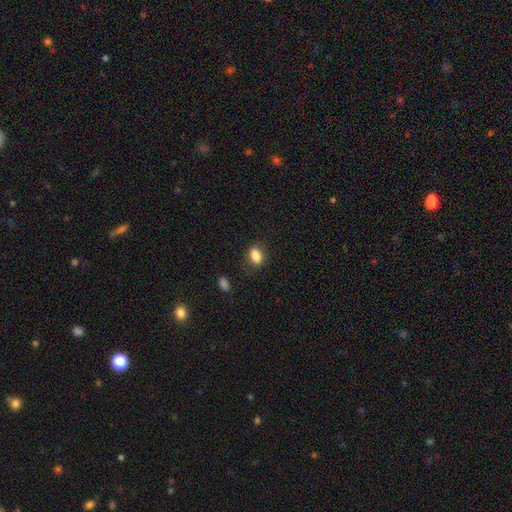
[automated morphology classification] smooth 86%, star or artifact 9%, featured or disk 5%. Down the decision tree: how rounded — in between (80%); merging — none (81%).